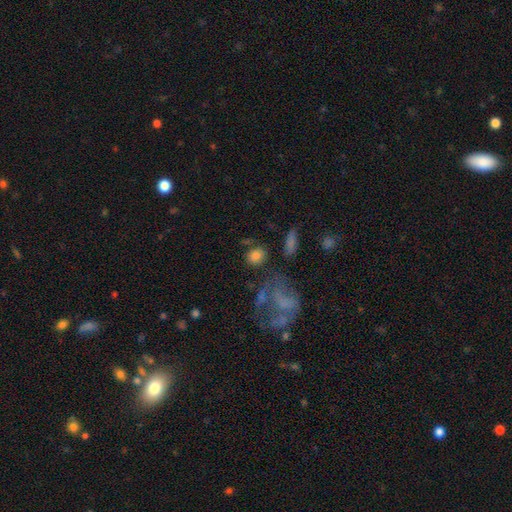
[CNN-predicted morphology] type=smooth (80%); roundness=round (60%); merging=none (72%).